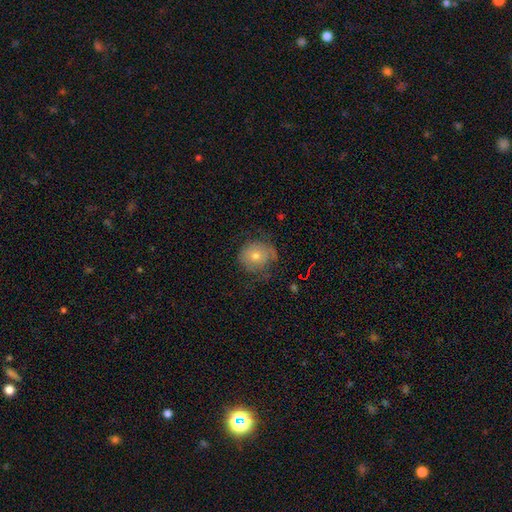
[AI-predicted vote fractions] smooth_or_featured: smooth (p=0.55) [alt: featured or disk p=0.33]
how_rounded: round (p=0.80) [alt: in between p=0.19]
merging: none (p=0.63) [alt: minor disturbance p=0.23]